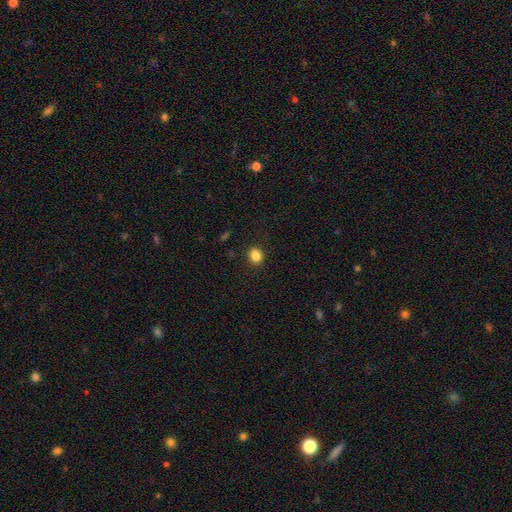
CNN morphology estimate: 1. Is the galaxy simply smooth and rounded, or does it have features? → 85% smooth, 11% star or artifact, 4% featured or disk.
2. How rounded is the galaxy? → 62% round, 37% in between, 1% cigar-shaped.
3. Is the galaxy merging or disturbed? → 87% none, 9% minor disturbance, 3% major disturbance, 1% merger.